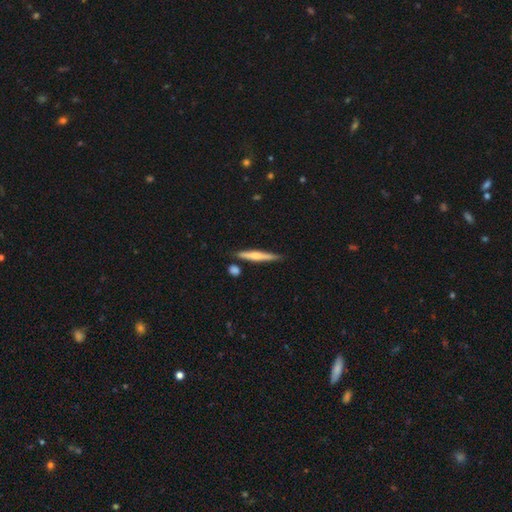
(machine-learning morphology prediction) smooth 48%, featured or disk 46%, star or artifact 6%. Down the decision tree: merging — none (83%).